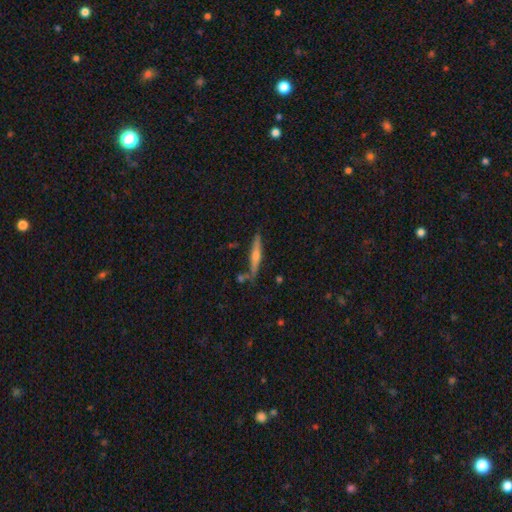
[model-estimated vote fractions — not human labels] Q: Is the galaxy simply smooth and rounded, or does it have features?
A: featured or disk — 70%.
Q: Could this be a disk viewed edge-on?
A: yes — 96%.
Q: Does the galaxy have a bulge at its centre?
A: rounded — 85%.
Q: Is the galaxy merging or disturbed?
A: none — 79%.